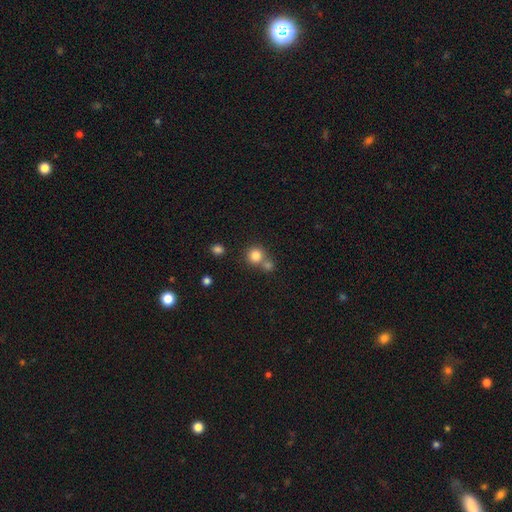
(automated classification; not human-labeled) smooth_or_featured: smooth (p=0.82) [alt: star or artifact p=0.12]
how_rounded: round (p=0.91) [alt: in between p=0.08]
merging: none (p=0.56) [alt: merger p=0.33]